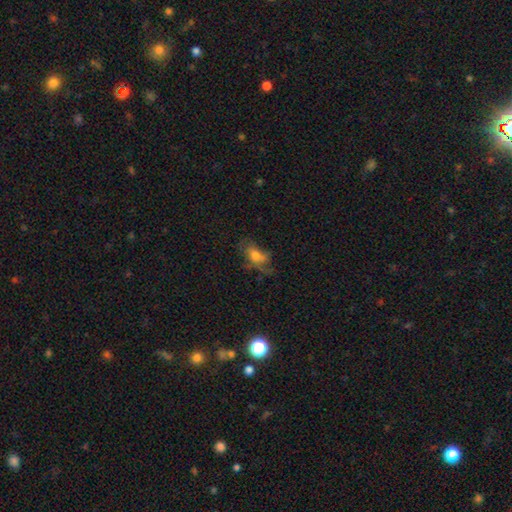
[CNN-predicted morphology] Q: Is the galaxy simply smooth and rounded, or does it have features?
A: smooth — 51%.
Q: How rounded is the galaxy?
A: in between — 81%.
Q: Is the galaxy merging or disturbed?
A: none — 39%.